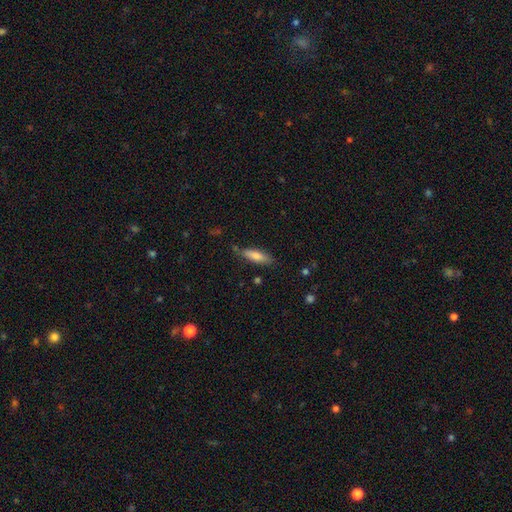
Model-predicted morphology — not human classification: smooth_or_featured: smooth (p=0.75) [alt: featured or disk p=0.18]
how_rounded: cigar-shaped (p=0.55) [alt: in between p=0.43]
merging: none (p=0.76) [alt: minor disturbance p=0.17]